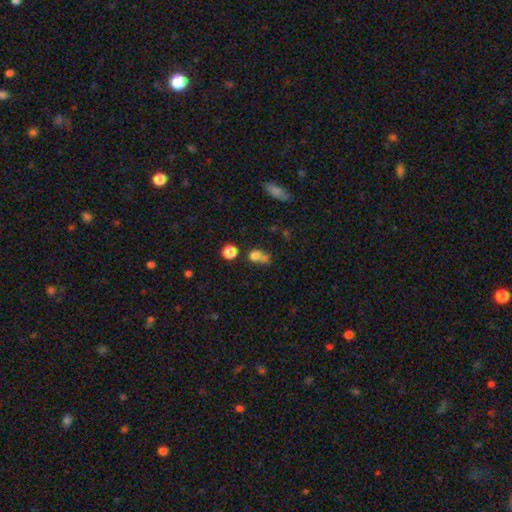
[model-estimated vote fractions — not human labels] Smooth or featured? smooth (72%)
How rounded? round (73%)
Merging? merger (51%)